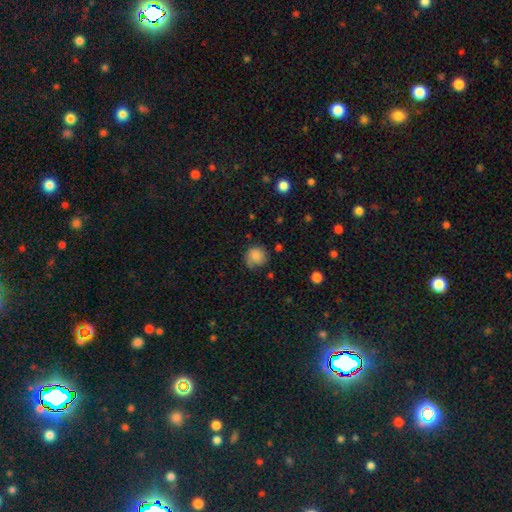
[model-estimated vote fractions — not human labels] smooth-or-featured: smooth: 82% | featured or disk: 9% | star or artifact: 9%
  how-rounded: round: 87% | in between: 12% | cigar-shaped: 1%
  merging: none: 62% | minor disturbance: 26% | major disturbance: 9% | merger: 3%